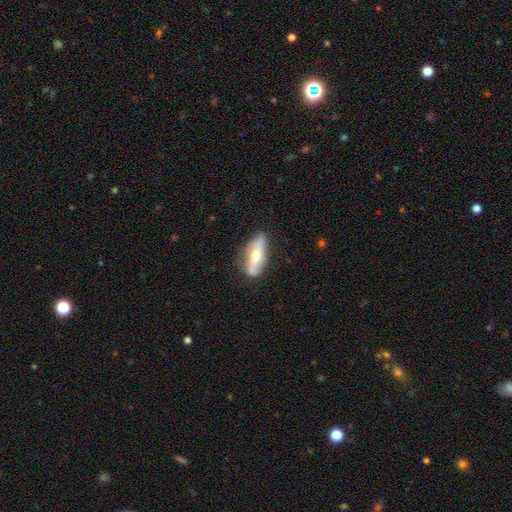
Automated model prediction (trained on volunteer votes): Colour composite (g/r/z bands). It shows a featured or disk galaxy (50%) viewed edge-on (54%). Merging: none (72%).